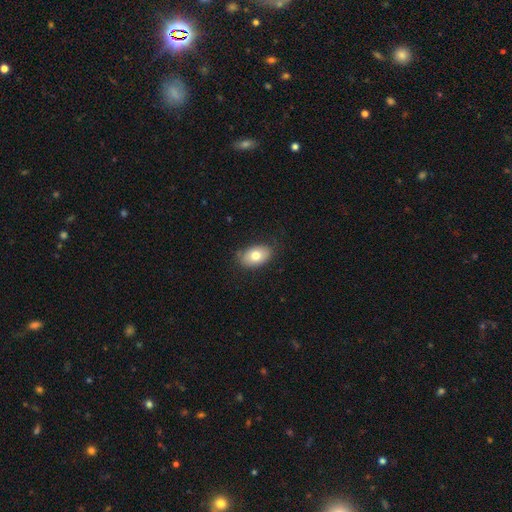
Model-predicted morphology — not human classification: This is likely a smooth galaxy (75%). How rounded: clearly in between (89%). Merging: likely none (80%).